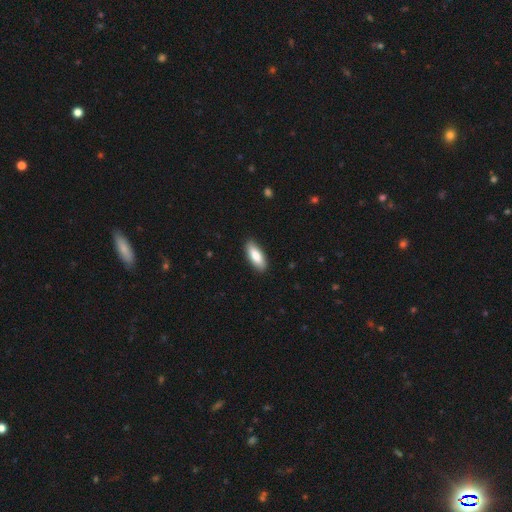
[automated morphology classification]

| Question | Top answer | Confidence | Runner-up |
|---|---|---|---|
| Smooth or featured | smooth | 82% | featured or disk (13%) |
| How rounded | in between | 73% | cigar-shaped (25%) |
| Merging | none | 87% | minor disturbance (10%) |